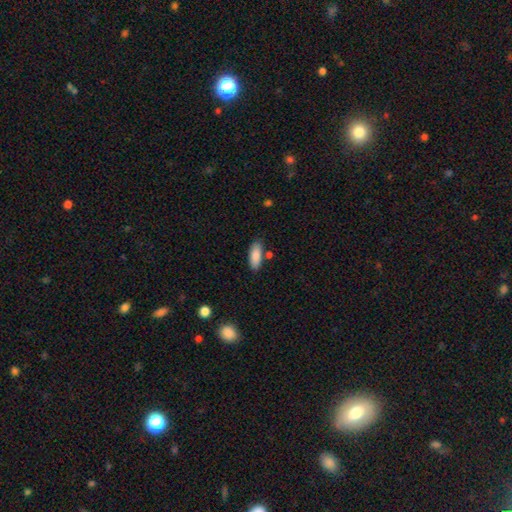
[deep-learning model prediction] Smooth or featured? Predicted: smooth (p=0.87). How rounded? Predicted: in between (p=0.77). Merging? Predicted: none (p=0.78).